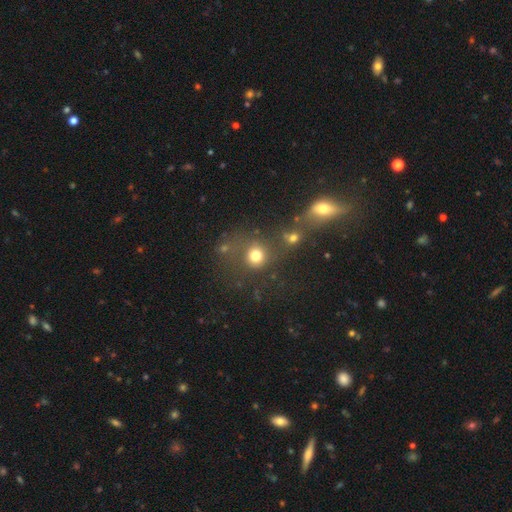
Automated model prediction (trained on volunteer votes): Morphology: type=smooth (74%); roundness=round (82%); merging=none (53%).